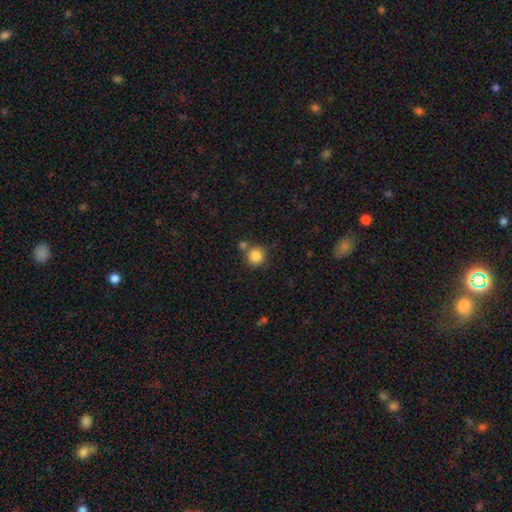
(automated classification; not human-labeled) smooth-or-featured: smooth: 85% | star or artifact: 10% | featured or disk: 5%
  how-rounded: round: 92% | in between: 7% | cigar-shaped: 1%
  merging: none: 69% | merger: 19% | minor disturbance: 9% | major disturbance: 3%